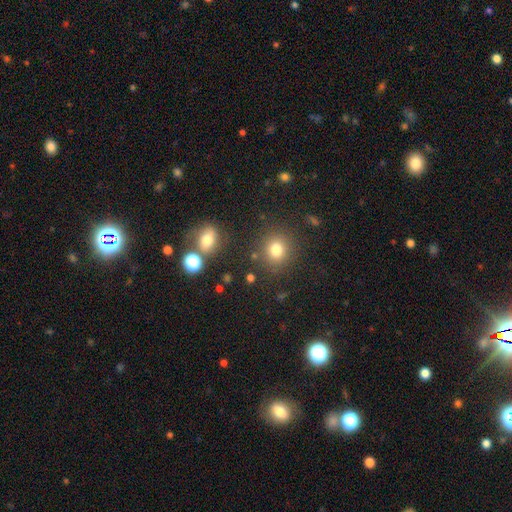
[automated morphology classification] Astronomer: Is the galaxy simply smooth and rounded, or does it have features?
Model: smooth — 60%.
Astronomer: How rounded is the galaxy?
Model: round — 81%.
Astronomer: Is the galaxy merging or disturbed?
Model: none — 82%.